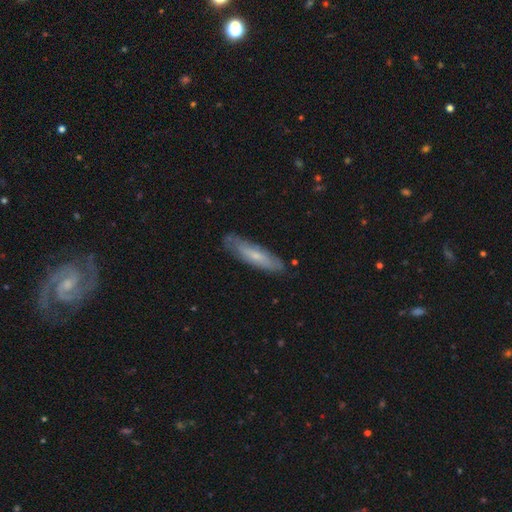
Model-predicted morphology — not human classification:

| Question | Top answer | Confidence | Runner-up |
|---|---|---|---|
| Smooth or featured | smooth | 49% | featured or disk (45%) |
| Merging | none | 77% | minor disturbance (18%) |